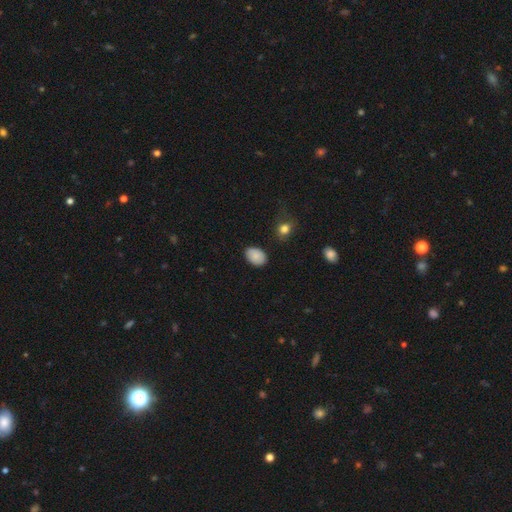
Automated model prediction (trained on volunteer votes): Smooth or featured?
  - smooth: 85% *
  - star or artifact: 8%
  - featured or disk: 7%
How rounded?
  - in between: 83% *
  - round: 16%
  - cigar-shaped: 1%
Merging?
  - none: 83% *
  - minor disturbance: 13%
  - major disturbance: 3%
  - merger: 2%